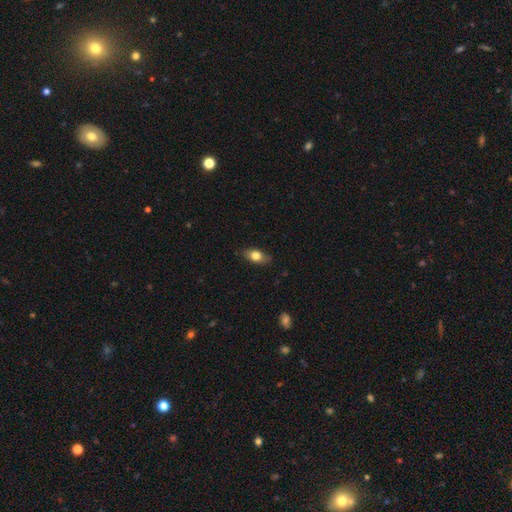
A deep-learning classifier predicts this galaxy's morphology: Smooth or featured: smooth — 75% (featured or disk — 17%)
How rounded: in between — 83% (round — 9%)
Merging: none — 83% (minor disturbance — 14%)